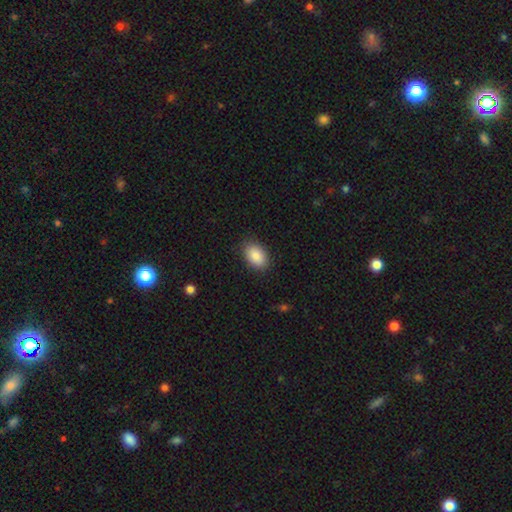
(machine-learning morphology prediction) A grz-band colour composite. It shows a smooth galaxy with no disk features (88%) that is in between round and cigar-shaped (88%). Merging: none (87%).